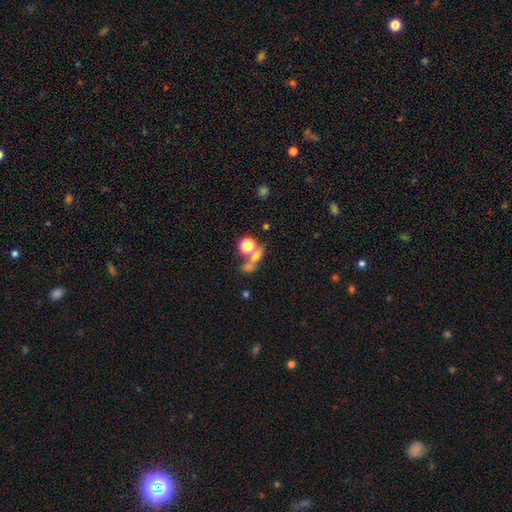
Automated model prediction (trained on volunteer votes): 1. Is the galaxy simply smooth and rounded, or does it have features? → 57% smooth, 22% star or artifact, 21% featured or disk.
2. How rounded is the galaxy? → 45% round, 34% in between, 21% cigar-shaped.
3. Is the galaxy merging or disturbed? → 42% none, 39% merger, 10% minor disturbance, 9% major disturbance.